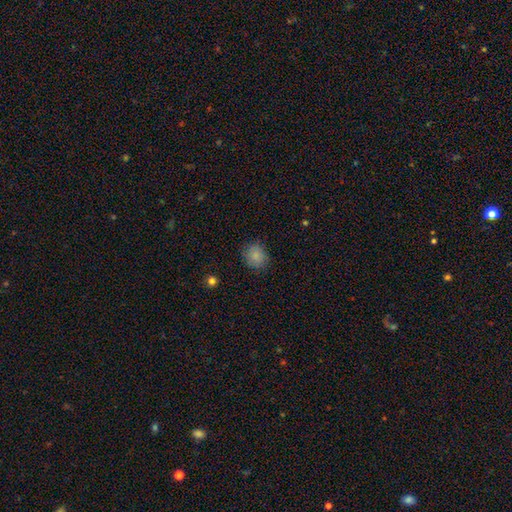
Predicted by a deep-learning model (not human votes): A smooth galaxy with no disk features (86%) that is round (73%). Merging: none (83%).